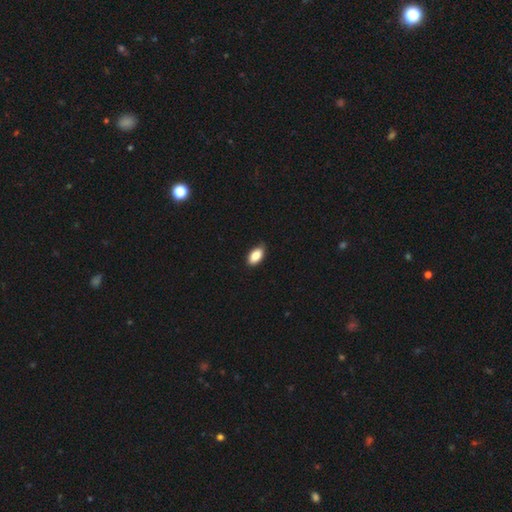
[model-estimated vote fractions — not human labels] Morphology: type=smooth (87%); roundness=in between (93%); merging=none (83%).